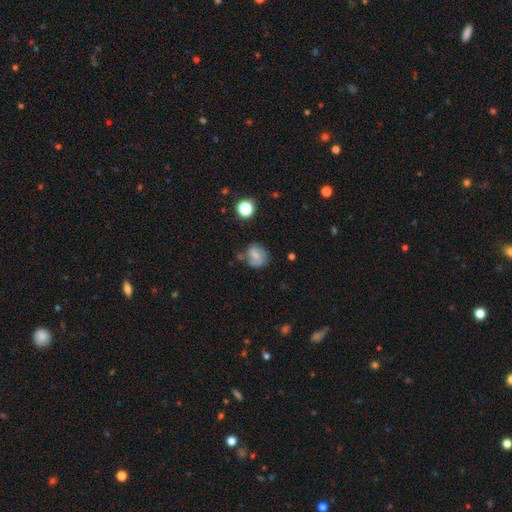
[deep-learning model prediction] A smooth galaxy with no disk features (57%) that is round (59%).

Vote fractions:
- Smooth or featured? smooth: 57% / featured or disk: 31% / star or artifact: 12%
- How rounded? round: 59% / in between: 40% / cigar-shaped: 1%
- Merging? none: 55% / minor disturbance: 24% / major disturbance: 11% / merger: 10%